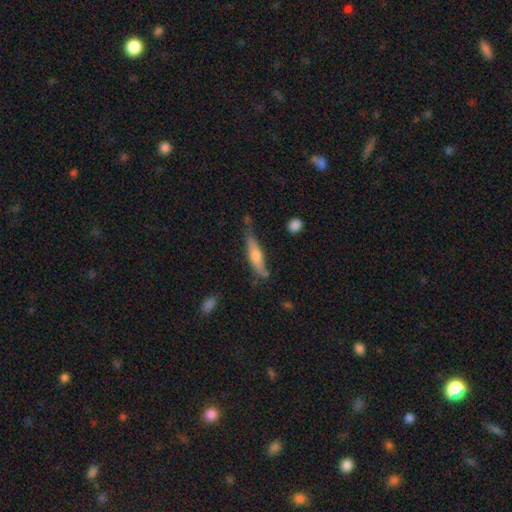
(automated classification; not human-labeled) Morphology: type=featured or disk (47%); merging=none (64%).